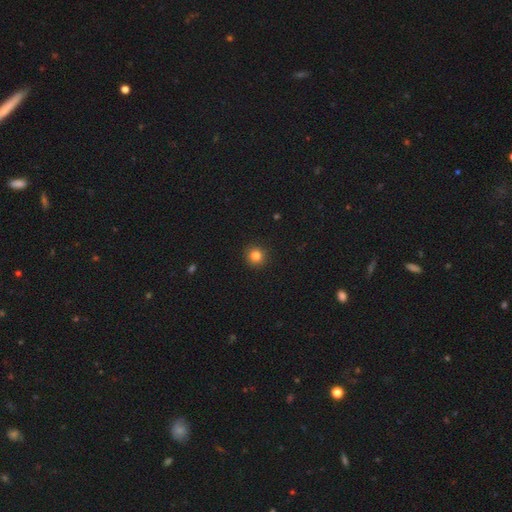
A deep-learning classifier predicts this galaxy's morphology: Q: Smooth or featured?
A: smooth (83%); runner-up: star or artifact (12%)
Q: How rounded?
A: round (94%); runner-up: in between (6%)
Q: Merging?
A: none (92%); runner-up: minor disturbance (5%)